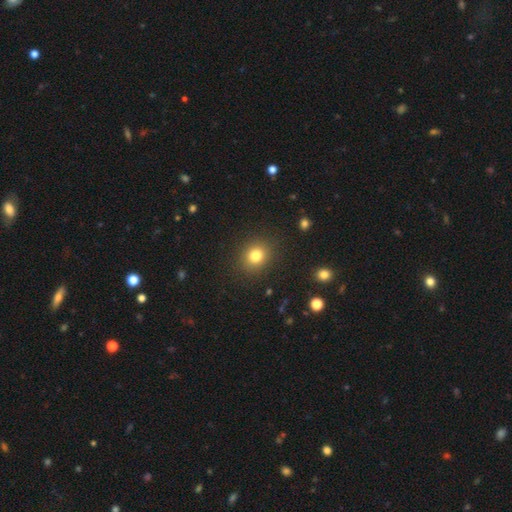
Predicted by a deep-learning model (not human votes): Smooth or featured?
  - smooth: 81% *
  - star or artifact: 12%
  - featured or disk: 7%
How rounded?
  - round: 72% *
  - in between: 27%
  - cigar-shaped: 1%
Merging?
  - none: 88% *
  - minor disturbance: 8%
  - major disturbance: 3%
  - merger: 1%